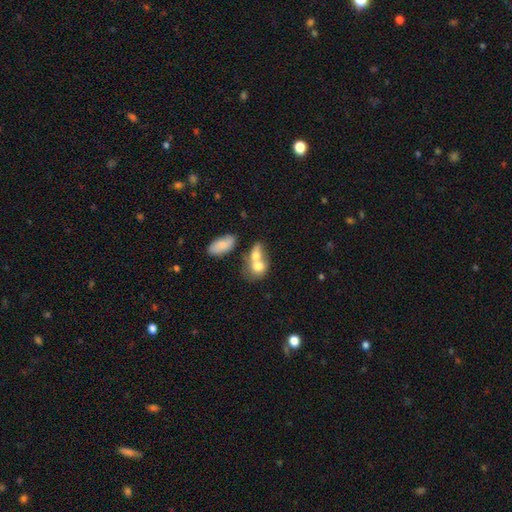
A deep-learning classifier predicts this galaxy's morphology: A smooth galaxy with no disk features (71%) that is in between round and cigar-shaped (61%).

Vote fractions:
- Smooth or featured? smooth: 71% / featured or disk: 21% / star or artifact: 8%
- How rounded? in between: 61% / round: 36% / cigar-shaped: 3%
- Merging? merger: 66% / none: 22% / minor disturbance: 8% / major disturbance: 5%